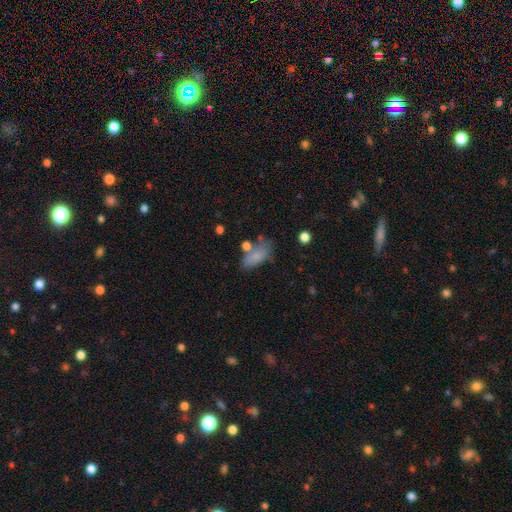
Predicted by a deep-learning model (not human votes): Smooth or featured: smooth — 76% (featured or disk — 14%)
How rounded: in between — 85% (cigar-shaped — 11%)
Merging: none — 45% (minor disturbance — 26%)